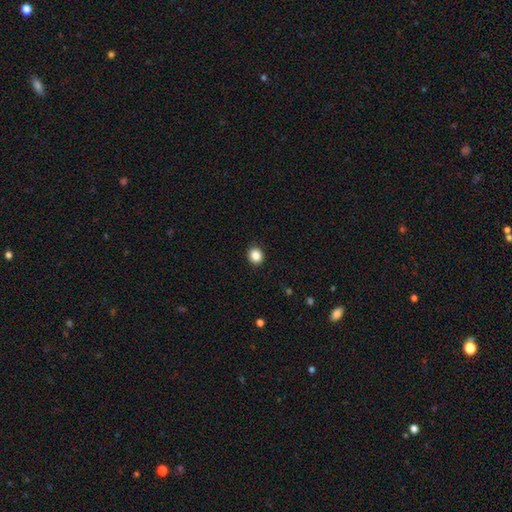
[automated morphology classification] smooth-or-featured: smooth: 87% | star or artifact: 10% | featured or disk: 3%
  how-rounded: round: 81% | in between: 19% | cigar-shaped: 1%
  merging: none: 91% | minor disturbance: 6% | major disturbance: 2% | merger: 1%